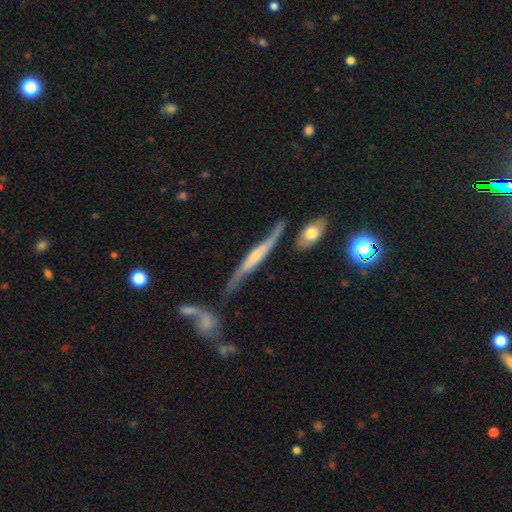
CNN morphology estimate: Overall: featured or disk (76%). Edge-on disk: yes (74%). Edge-on bulge: rounded (57%; none 25%). Merging: none (56%; minor disturbance 24%).